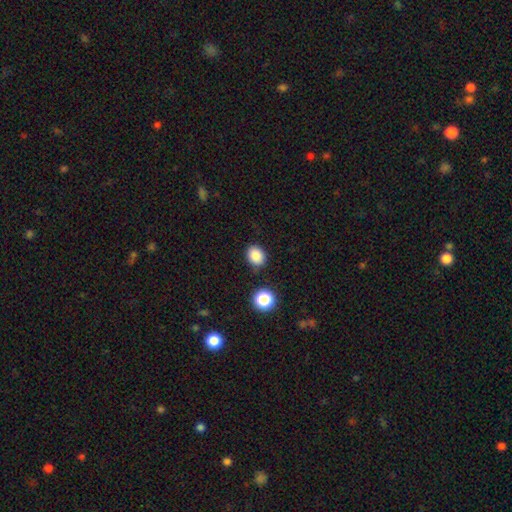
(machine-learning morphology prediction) A smooth galaxy with no disk features (85%) that is round (50%). Merging: none (82%).